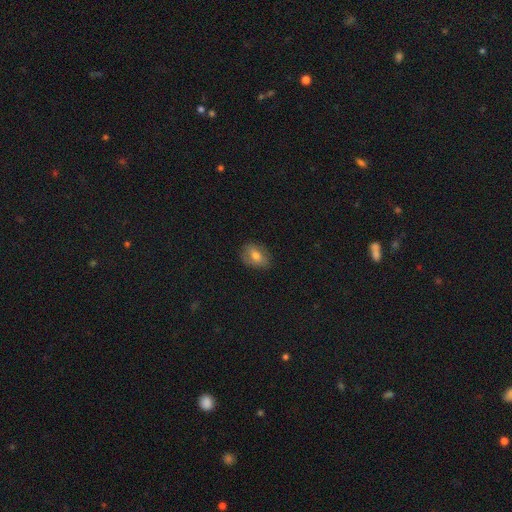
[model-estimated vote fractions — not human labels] smooth_or_featured: smooth (p=0.67) [alt: featured or disk p=0.23]
how_rounded: in between (p=0.72) [alt: round p=0.26]
merging: none (p=0.79) [alt: minor disturbance p=0.16]